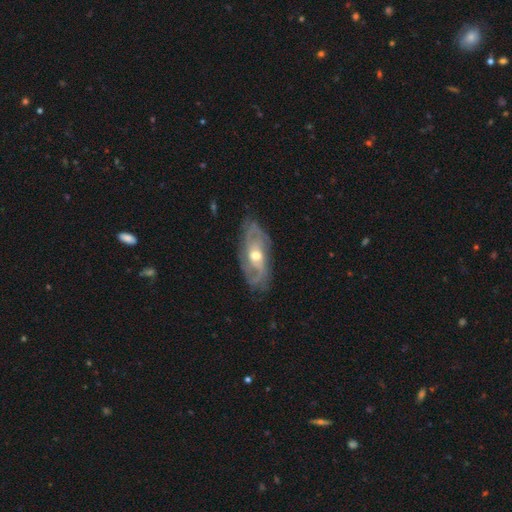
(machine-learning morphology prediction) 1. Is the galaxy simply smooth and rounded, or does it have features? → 84% featured or disk, 11% smooth, 5% star or artifact.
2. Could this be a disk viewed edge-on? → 92% no, 8% yes.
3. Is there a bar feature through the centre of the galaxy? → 59% no, 32% weak, 9% strong.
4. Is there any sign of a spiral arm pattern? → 92% yes, 8% no.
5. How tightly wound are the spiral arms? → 42% medium, 39% tight, 19% loose.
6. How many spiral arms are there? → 54% 2, 22% can't tell, 13% 3, 4% 1, 4% 4, 3% more than 4.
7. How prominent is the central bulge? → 69% moderate, 25% small, 4% large, 1% none, 1% dominant.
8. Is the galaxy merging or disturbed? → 74% none, 18% minor disturbance, 6% major disturbance, 1% merger.